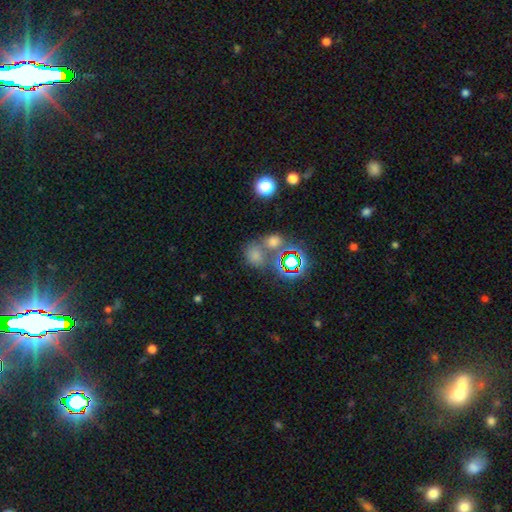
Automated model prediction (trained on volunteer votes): Smooth or featured? smooth (60%)
How rounded? round (57%)
Merging? none (43%)